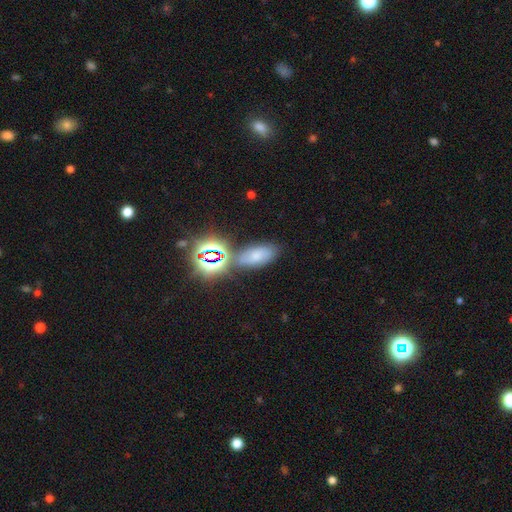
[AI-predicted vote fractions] This is possibly a smooth galaxy (51%). How rounded: clearly in between (84%). Merging: likely none (64%).